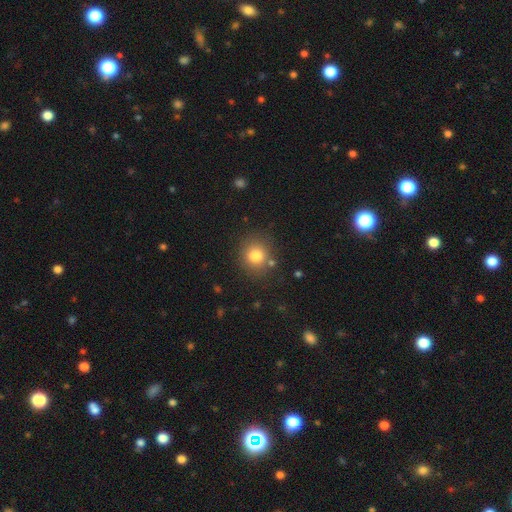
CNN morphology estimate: Smooth or featured? Predicted: smooth (p=0.80). How rounded? Predicted: round (p=0.83). Merging? Predicted: none (p=0.81).